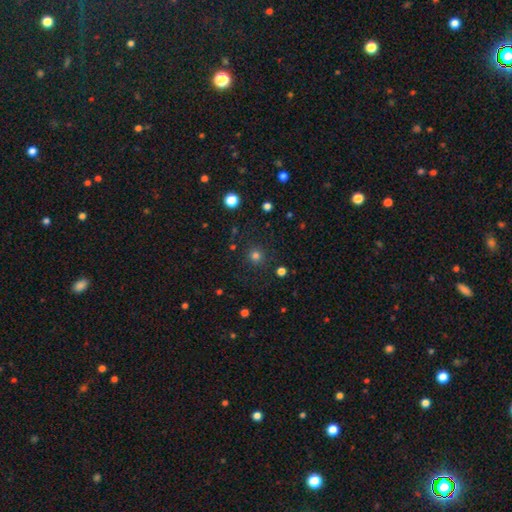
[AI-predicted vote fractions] Morphology: type=smooth (78%); roundness=round (94%); merging=none (88%).